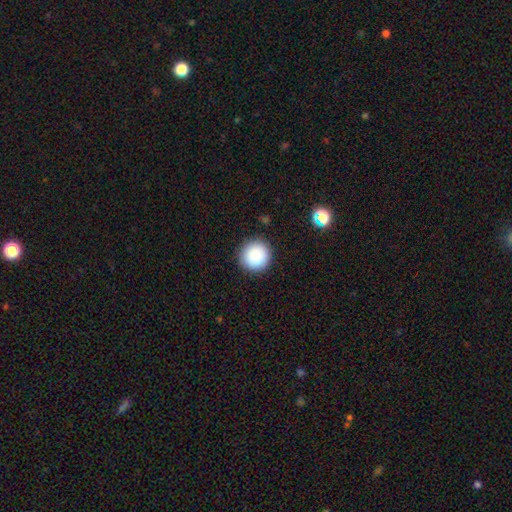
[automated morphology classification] This appears to be a smooth galaxy with no disk features (88%) that is round (95%). Merging: none (91%).